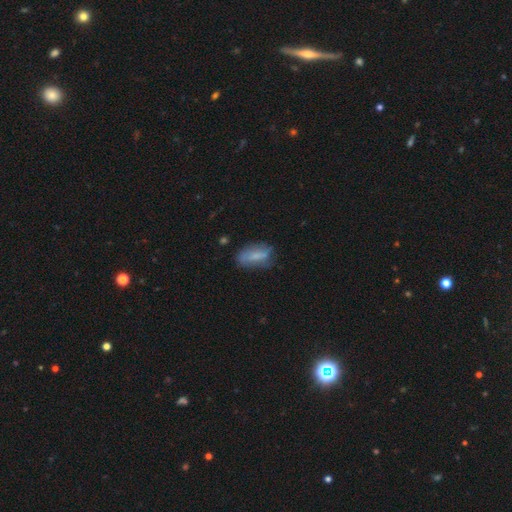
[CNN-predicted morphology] This is likely a smooth galaxy (64%). How rounded: likely in between (76%). Merging: likely none (61%).